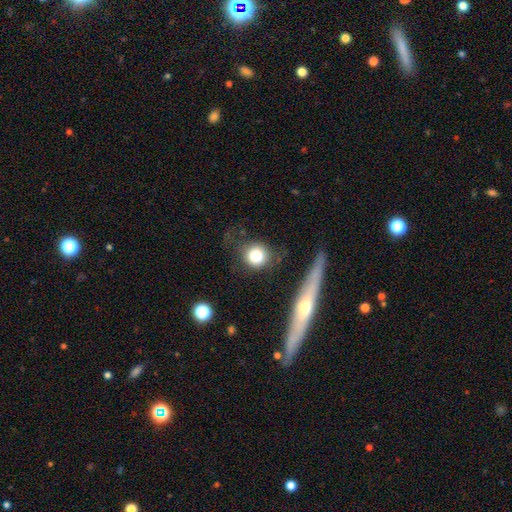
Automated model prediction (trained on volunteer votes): smooth 80%, featured or disk 11%, star or artifact 9%. Down the decision tree: how rounded — round (88%); merging — none (72%).